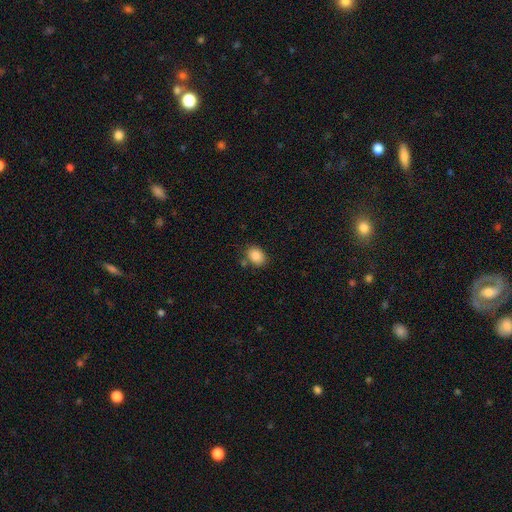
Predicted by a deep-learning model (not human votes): Morphology: type=smooth (87%); roundness=in between (67%); merging=none (77%).